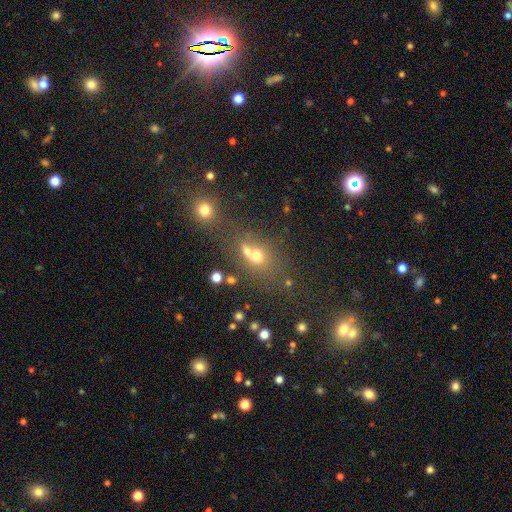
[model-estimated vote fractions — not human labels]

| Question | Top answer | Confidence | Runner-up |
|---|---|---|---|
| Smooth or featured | smooth | 57% | star or artifact (26%) |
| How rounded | round | 60% | in between (38%) |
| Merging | merger | 43% | none (41%) |